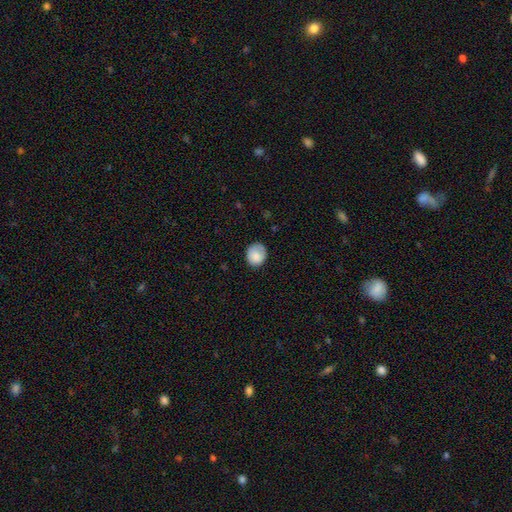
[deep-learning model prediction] This is clearly a smooth galaxy (83%). How rounded: likely round (71%). Merging: likely none (75%).